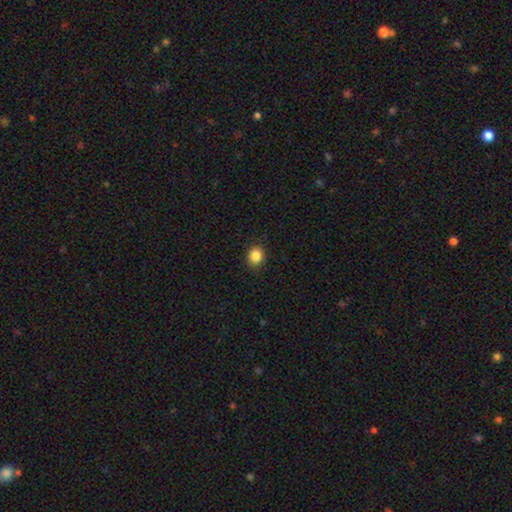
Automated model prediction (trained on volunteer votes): smooth 86%, star or artifact 10%, featured or disk 4%. Down the decision tree: how rounded — round (75%); merging — none (90%).